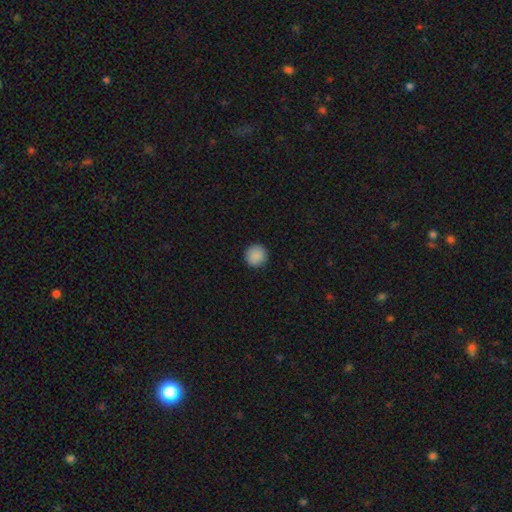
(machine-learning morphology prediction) A smooth galaxy with no disk features (89%) that is round (96%).

Vote fractions:
- Smooth or featured? smooth: 89% / star or artifact: 8% / featured or disk: 3%
- How rounded? round: 96% / in between: 3% / cigar-shaped: 1%
- Merging? none: 93% / minor disturbance: 5% / major disturbance: 2% / merger: 1%